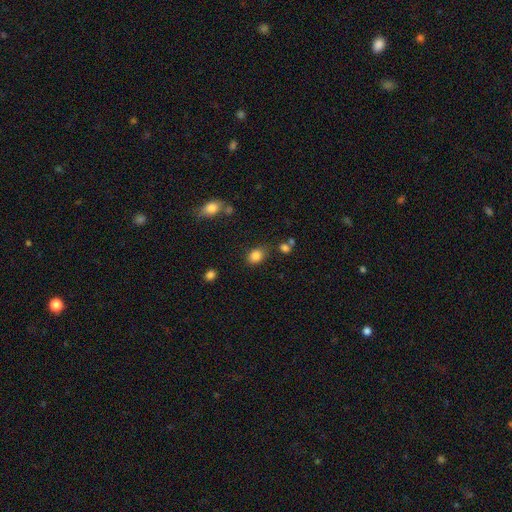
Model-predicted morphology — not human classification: Q: Smooth or featured?
A: smooth (84%); runner-up: star or artifact (10%)
Q: How rounded?
A: in between (61%); runner-up: round (38%)
Q: Merging?
A: none (73%); runner-up: minor disturbance (16%)